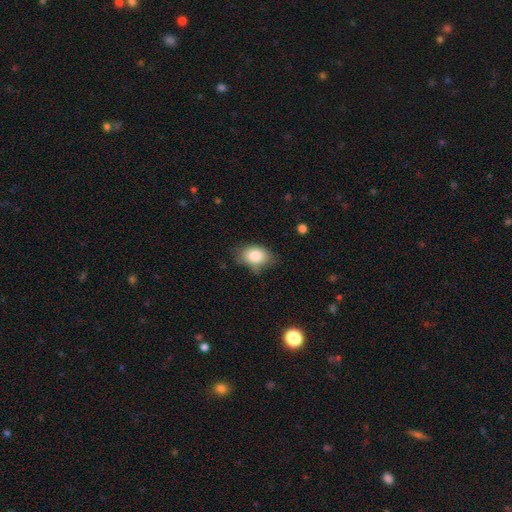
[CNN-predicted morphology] The model was most divided on "merging": none: 61%, minor disturbance: 29%, major disturbance: 7%, merger: 3%. More confident: smooth or featured — smooth (83%); how rounded — in between (81%).